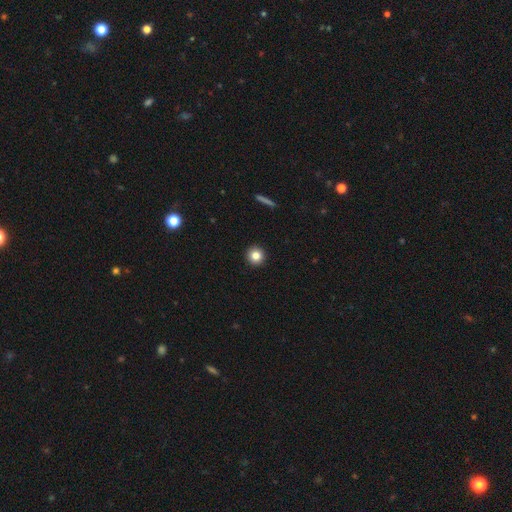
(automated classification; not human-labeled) Morphology: type=smooth (82%); roundness=round (96%); merging=none (94%).